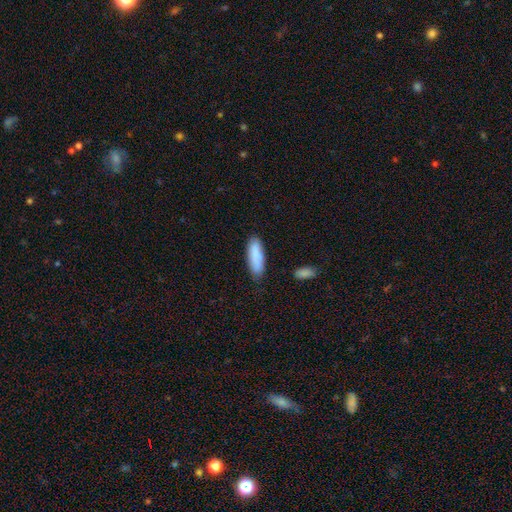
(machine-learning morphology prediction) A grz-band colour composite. It shows a smooth galaxy with no disk features (88%) that is in between round and cigar-shaped (58%). Merging: none (81%).